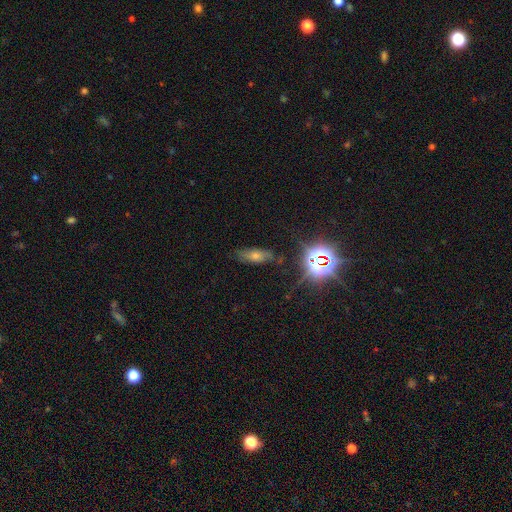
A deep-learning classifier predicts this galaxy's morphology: smooth_or_featured: star or artifact (p=0.40) [alt: smooth p=0.35]